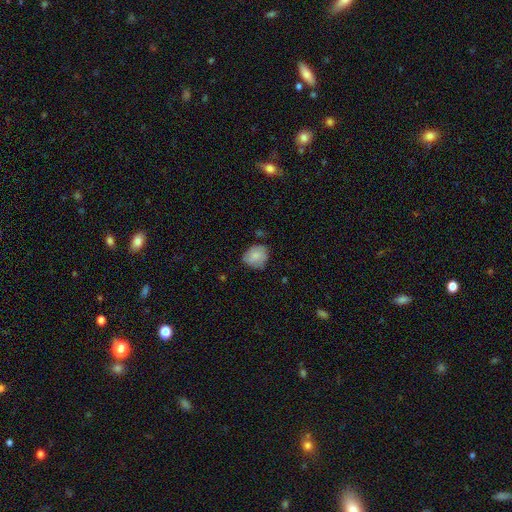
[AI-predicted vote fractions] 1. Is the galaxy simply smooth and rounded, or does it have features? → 78% smooth, 15% featured or disk, 8% star or artifact.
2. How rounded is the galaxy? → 61% round, 38% in between, 1% cigar-shaped.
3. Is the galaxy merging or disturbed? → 63% none, 28% minor disturbance, 6% major disturbance, 2% merger.